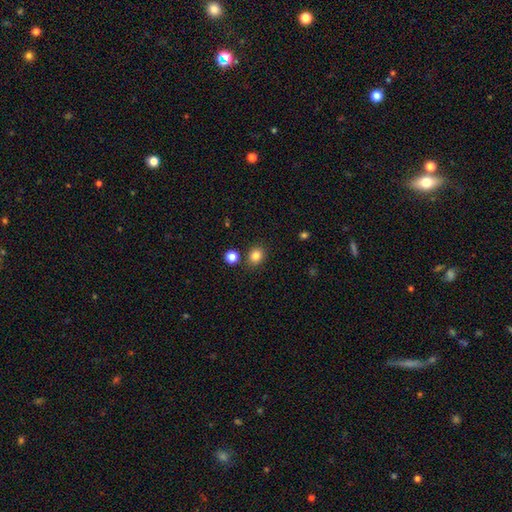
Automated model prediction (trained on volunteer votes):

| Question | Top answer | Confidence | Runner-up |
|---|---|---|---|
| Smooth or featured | smooth | 83% | star or artifact (12%) |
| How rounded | round | 64% | in between (36%) |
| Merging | none | 83% | minor disturbance (9%) |